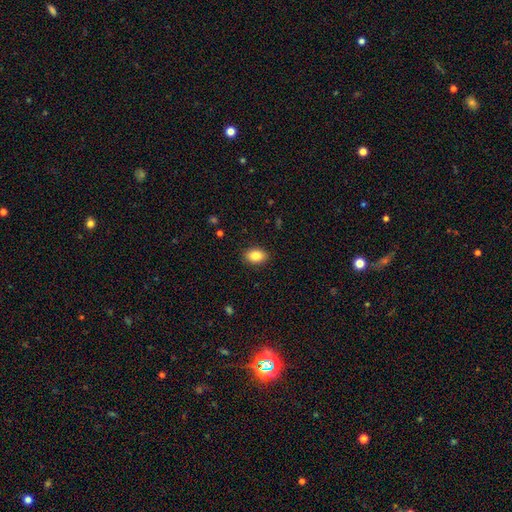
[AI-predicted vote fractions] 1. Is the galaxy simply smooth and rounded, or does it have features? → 85% smooth, 8% star or artifact, 7% featured or disk.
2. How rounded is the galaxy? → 84% in between, 15% round, 1% cigar-shaped.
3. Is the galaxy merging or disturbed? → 89% none, 8% minor disturbance, 2% major disturbance, 1% merger.